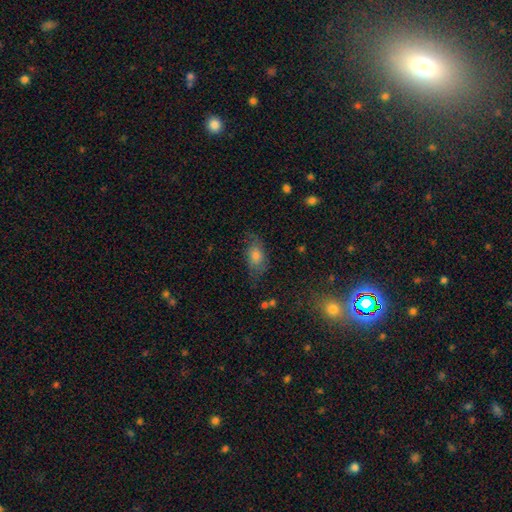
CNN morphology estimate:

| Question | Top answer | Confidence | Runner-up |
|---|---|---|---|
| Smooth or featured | smooth | 59% | featured or disk (25%) |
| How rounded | in between | 83% | round (13%) |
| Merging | none | 66% | minor disturbance (22%) |